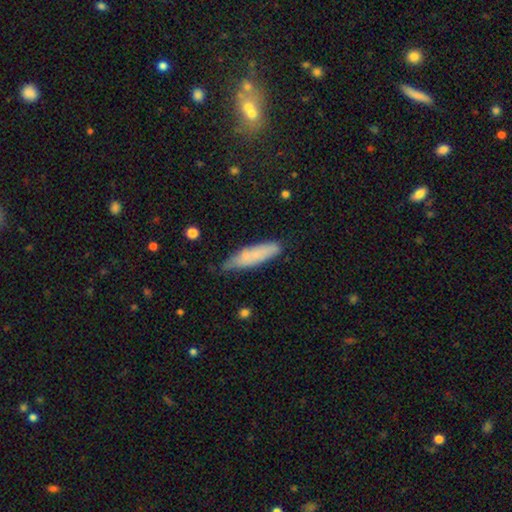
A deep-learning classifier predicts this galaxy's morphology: Smooth or featured?
  - smooth: 73% *
  - featured or disk: 20%
  - star or artifact: 7%
How rounded?
  - cigar-shaped: 68% *
  - in between: 30%
  - round: 2%
Merging?
  - none: 65% *
  - minor disturbance: 27%
  - major disturbance: 5%
  - merger: 3%